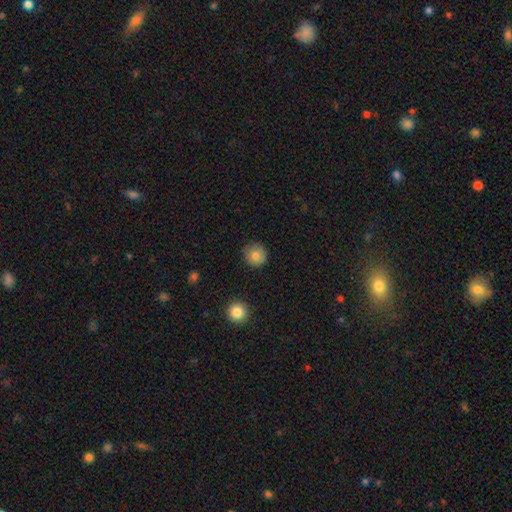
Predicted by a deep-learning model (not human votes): Q: Smooth or featured?
A: smooth (80%); runner-up: star or artifact (10%)
Q: How rounded?
A: round (94%); runner-up: in between (5%)
Q: Merging?
A: none (87%); runner-up: minor disturbance (9%)